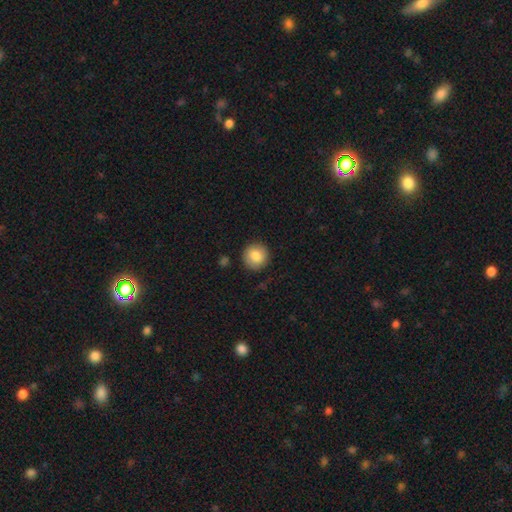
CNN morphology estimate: smooth_or_featured: smooth (p=0.84) [alt: star or artifact p=0.08]
how_rounded: round (p=0.94) [alt: in between p=0.05]
merging: none (p=0.90) [alt: minor disturbance p=0.07]